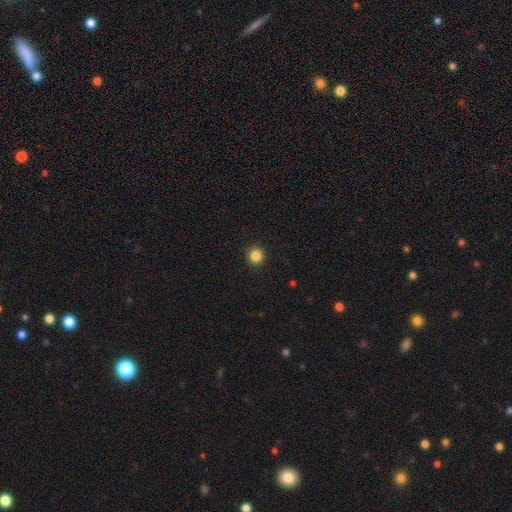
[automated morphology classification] This is clearly a smooth galaxy (85%). How rounded: clearly round (93%). Merging: clearly none (93%).